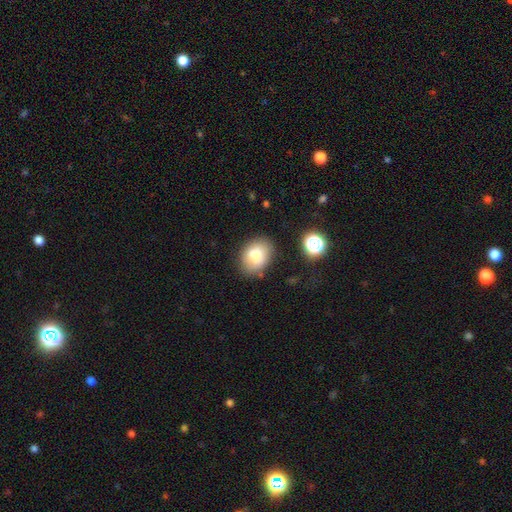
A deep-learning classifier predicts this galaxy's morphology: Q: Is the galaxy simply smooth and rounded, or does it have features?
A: smooth — 81%.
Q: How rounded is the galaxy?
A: in between — 70%.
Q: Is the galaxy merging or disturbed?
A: none — 77%.